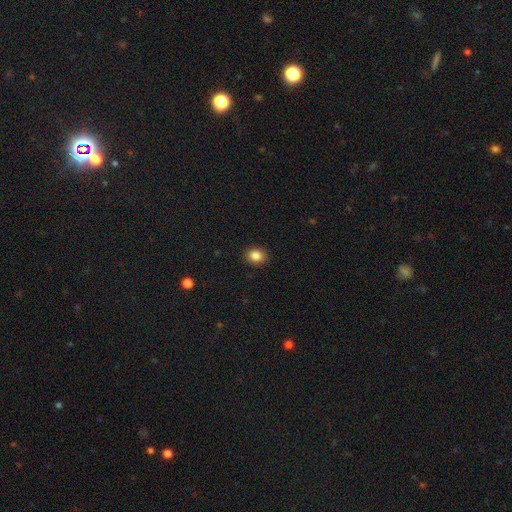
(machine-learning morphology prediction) Overall: smooth (85%). How rounded: round (57%; in between 43%). Merging: none (90%).